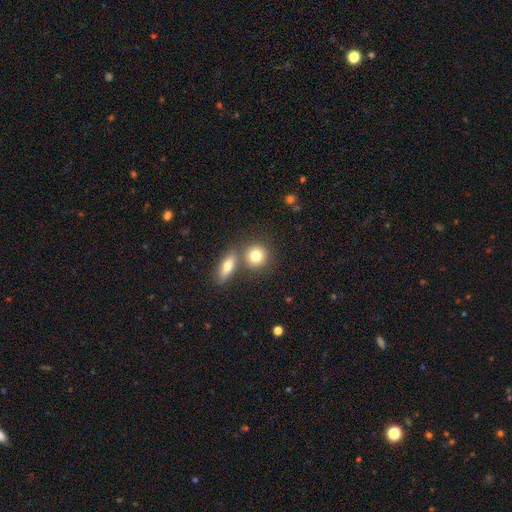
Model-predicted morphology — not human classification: This appears to be a smooth galaxy with no disk features (79%) that is round (80%). Merging: none (61%).